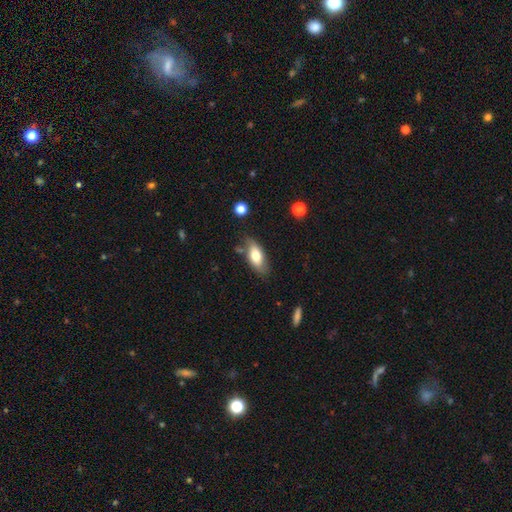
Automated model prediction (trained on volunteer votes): Smooth or featured?
  - smooth: 73% *
  - featured or disk: 21%
  - star or artifact: 7%
How rounded?
  - in between: 86% *
  - cigar-shaped: 11%
  - round: 3%
Merging?
  - none: 71% *
  - minor disturbance: 19%
  - merger: 5%
  - major disturbance: 5%